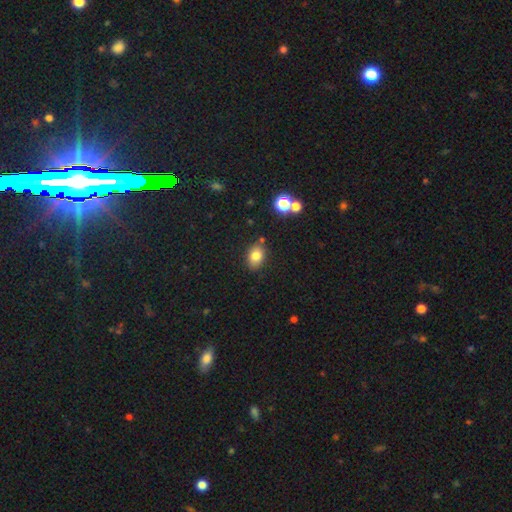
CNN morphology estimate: This appears to be a smooth galaxy with no disk features (80%) that is in between round and cigar-shaped (74%). Merging: none (82%).